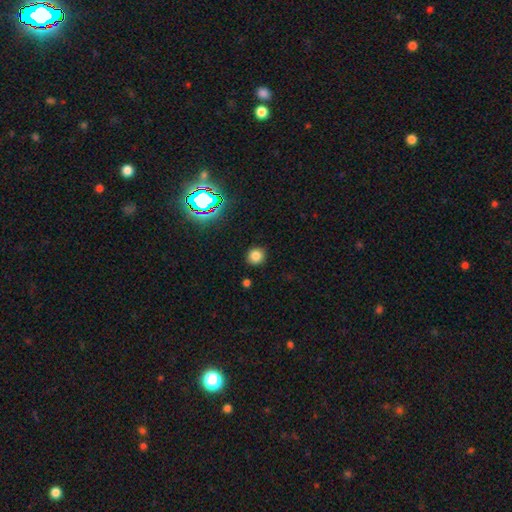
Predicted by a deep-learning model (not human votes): Smooth or featured: smooth — 78% (star or artifact — 16%)
How rounded: round — 85% (in between — 14%)
Merging: none — 90% (minor disturbance — 7%)